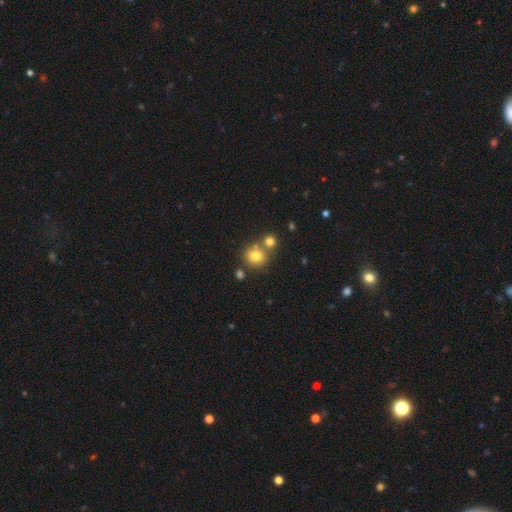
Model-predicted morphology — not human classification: This is likely a smooth galaxy (77%). How rounded: clearly round (80%). Merging: possibly none (59%).